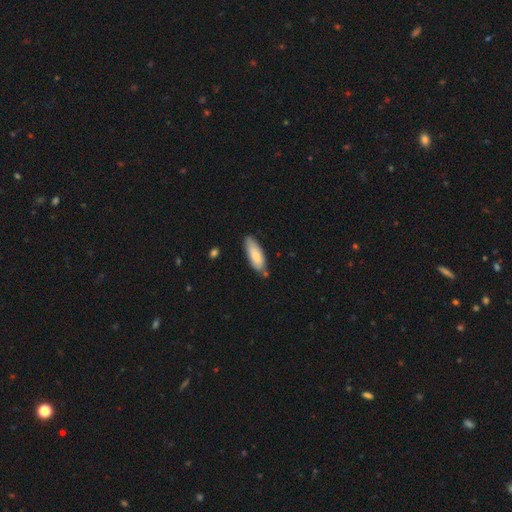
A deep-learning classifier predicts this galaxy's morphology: The model was most divided on "how rounded": in between: 64%, cigar-shaped: 35%, round: 2%. More confident: smooth or featured — smooth (79%); merging — none (74%).